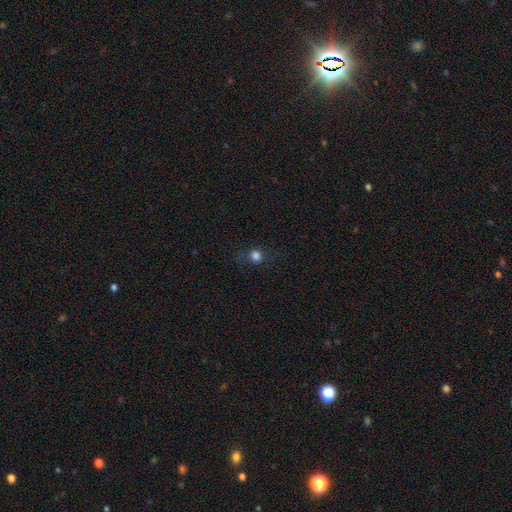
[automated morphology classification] The model was most divided on "smooth or featured": smooth: 72%, star or artifact: 19%, featured or disk: 9%. More confident: how rounded — round (77%); merging — none (73%).